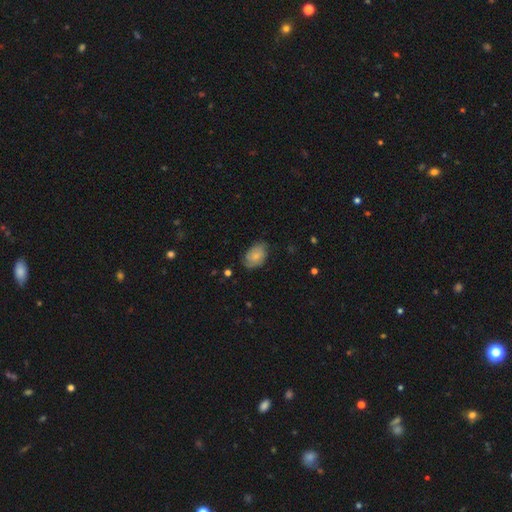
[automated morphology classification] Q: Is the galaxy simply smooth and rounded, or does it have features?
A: smooth — 67%.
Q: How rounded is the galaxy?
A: in between — 84%.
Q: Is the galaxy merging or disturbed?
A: none — 65%.